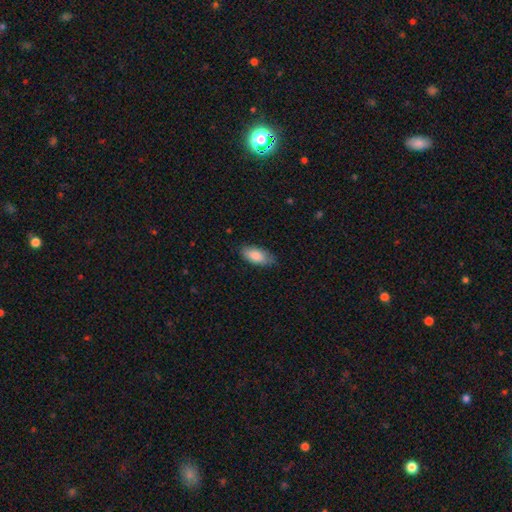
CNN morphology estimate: This is clearly a smooth galaxy (85%). How rounded: clearly in between (87%). Merging: likely none (75%).